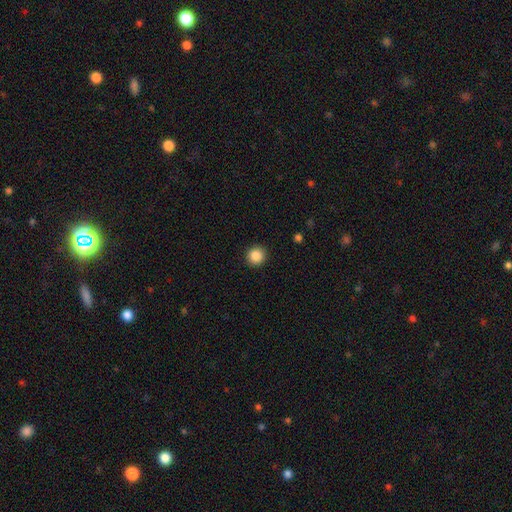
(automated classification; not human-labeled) Morphology: type=smooth (87%); roundness=round (94%); merging=none (92%).